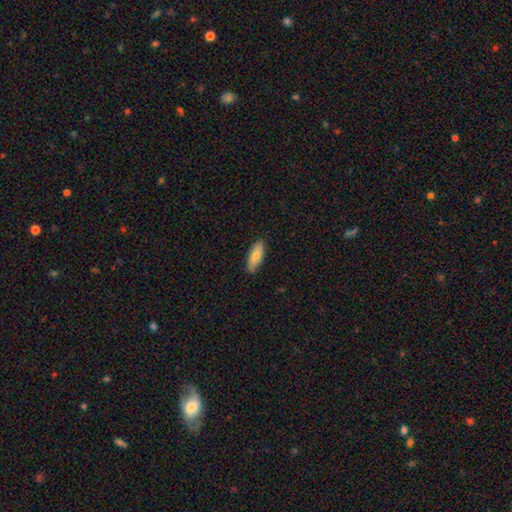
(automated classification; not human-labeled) A smooth galaxy with no disk features (74%) that is in between round and cigar-shaped (68%). Merging: none (87%).